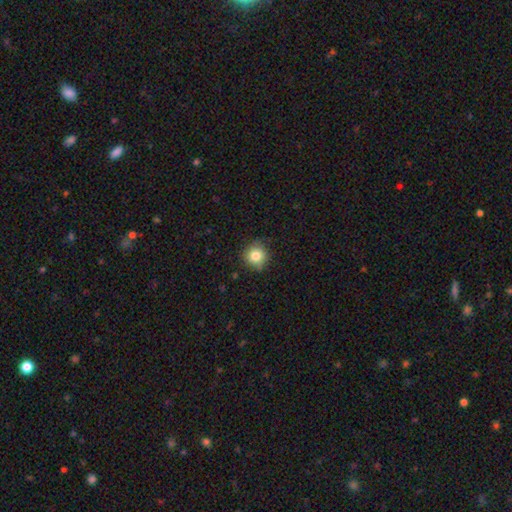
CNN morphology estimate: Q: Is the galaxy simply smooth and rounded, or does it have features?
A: smooth — 82%.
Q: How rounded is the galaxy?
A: round — 92%.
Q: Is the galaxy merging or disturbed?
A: none — 84%.